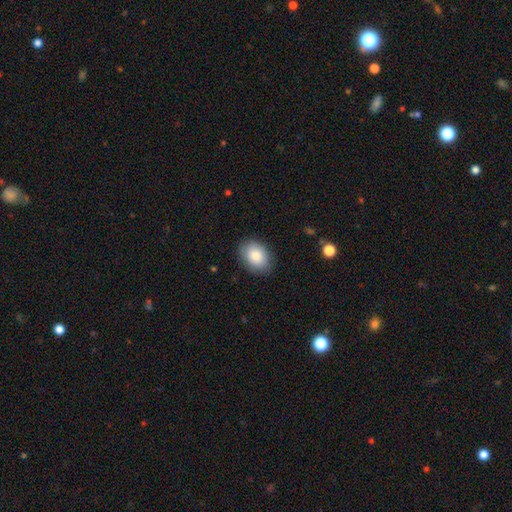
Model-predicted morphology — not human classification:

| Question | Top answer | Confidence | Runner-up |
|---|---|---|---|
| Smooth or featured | smooth | 86% | featured or disk (8%) |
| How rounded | in between | 76% | round (23%) |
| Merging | none | 86% | minor disturbance (11%) |